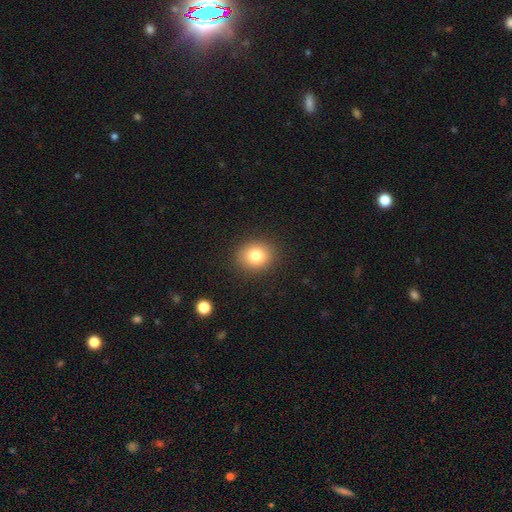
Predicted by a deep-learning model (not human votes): Q: Smooth or featured?
A: smooth (81%); runner-up: star or artifact (11%)
Q: How rounded?
A: round (70%); runner-up: in between (29%)
Q: Merging?
A: none (89%); runner-up: minor disturbance (7%)